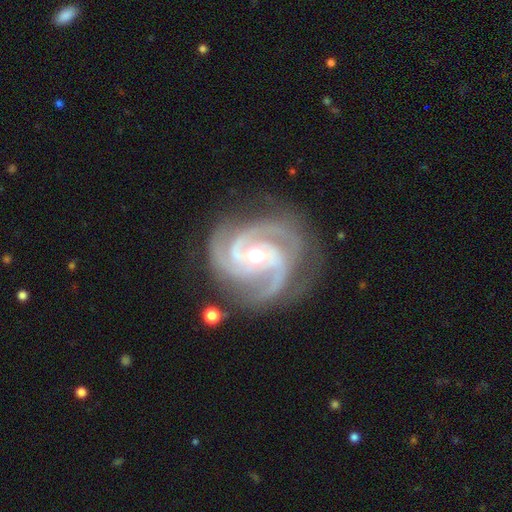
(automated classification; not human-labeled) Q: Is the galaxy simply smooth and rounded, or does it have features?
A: featured or disk — 94%.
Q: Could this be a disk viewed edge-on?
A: no — 98%.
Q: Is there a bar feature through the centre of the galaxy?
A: no — 51%.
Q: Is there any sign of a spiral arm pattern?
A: yes — 99%.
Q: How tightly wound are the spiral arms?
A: tight — 56%.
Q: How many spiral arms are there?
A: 3 — 66%.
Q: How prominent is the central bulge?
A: moderate — 67%.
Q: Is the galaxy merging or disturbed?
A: none — 75%.